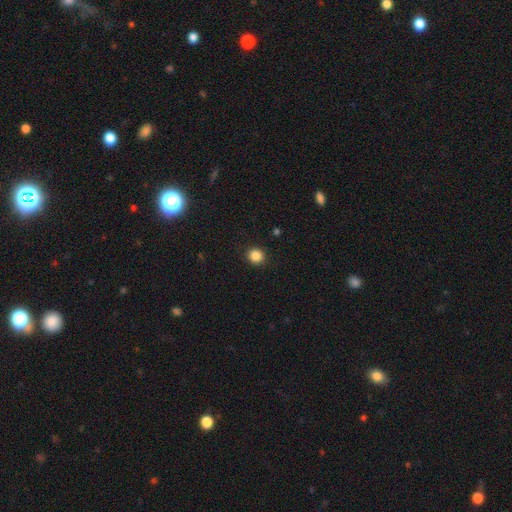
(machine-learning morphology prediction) This appears to be a smooth galaxy with no disk features (86%) that is round (89%). Merging: none (91%).